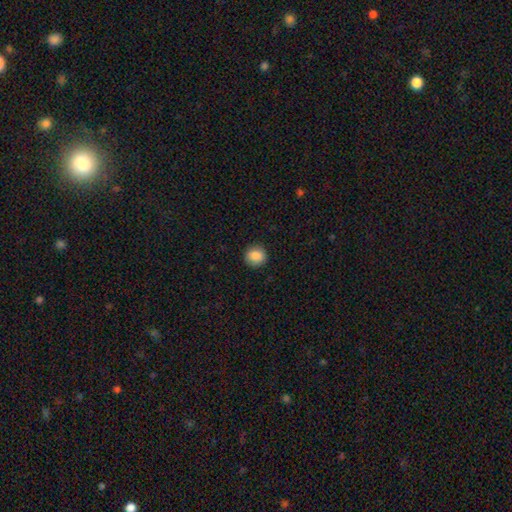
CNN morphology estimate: Smooth or featured? smooth (87%)
How rounded? round (86%)
Merging? none (89%)